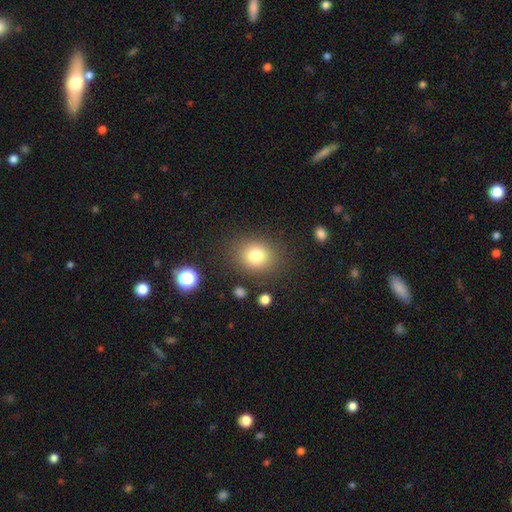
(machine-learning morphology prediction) smooth-or-featured: smooth: 79% | star or artifact: 12% | featured or disk: 9%
  how-rounded: round: 65% | in between: 34% | cigar-shaped: 1%
  merging: none: 83% | minor disturbance: 10% | major disturbance: 4% | merger: 2%